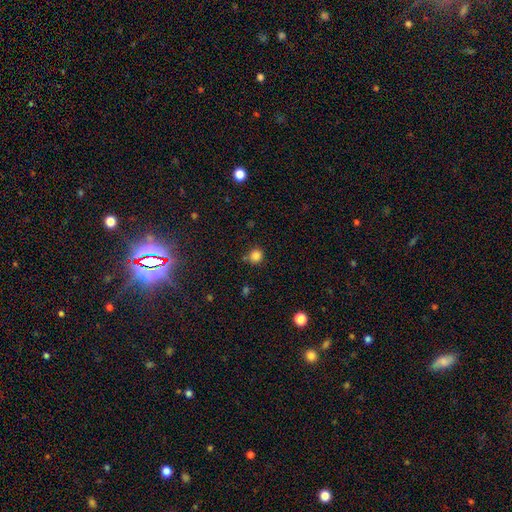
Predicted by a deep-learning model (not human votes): Overall: smooth (83%). How rounded: round (87%). Merging: none (74%).